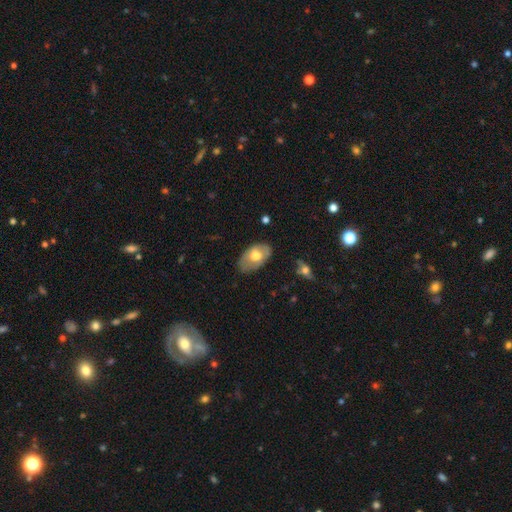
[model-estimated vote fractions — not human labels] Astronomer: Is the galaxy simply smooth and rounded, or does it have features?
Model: smooth — 60%.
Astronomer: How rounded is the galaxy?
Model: in between — 92%.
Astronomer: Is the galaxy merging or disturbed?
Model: none — 69%.